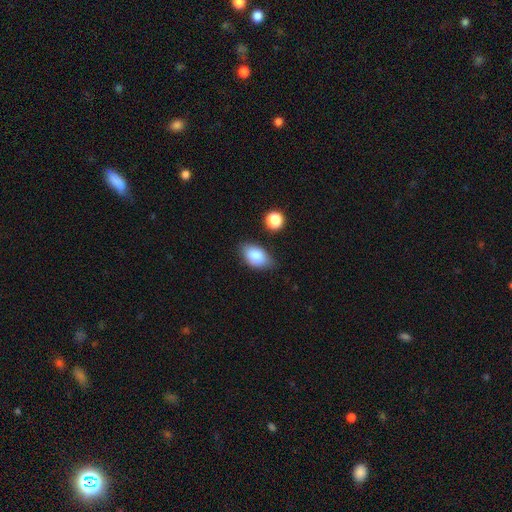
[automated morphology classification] smooth_or_featured: smooth (p=0.84) [alt: featured or disk p=0.08]
how_rounded: in between (p=0.91) [alt: round p=0.07]
merging: none (p=0.74) [alt: minor disturbance p=0.19]